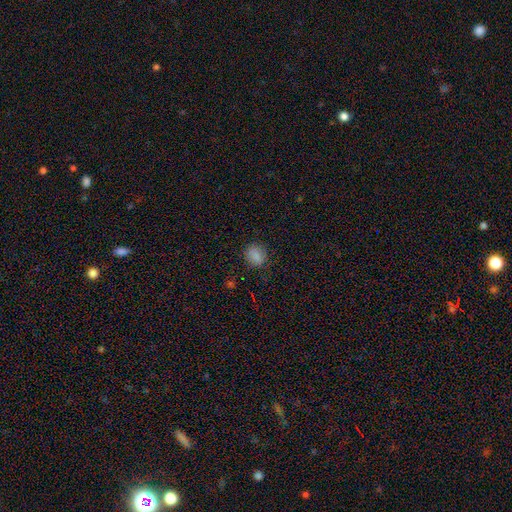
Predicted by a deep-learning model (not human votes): Smooth or featured?
  - smooth: 84% *
  - star or artifact: 12%
  - featured or disk: 5%
How rounded?
  - round: 58% *
  - in between: 41%
  - cigar-shaped: 1%
Merging?
  - none: 83% *
  - minor disturbance: 12%
  - major disturbance: 3%
  - merger: 1%